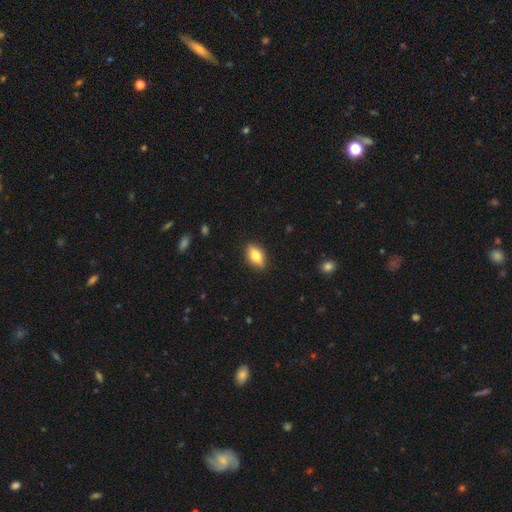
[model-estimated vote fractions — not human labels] This is likely a smooth galaxy (69%). How rounded: clearly in between (83%). Merging: clearly none (86%).